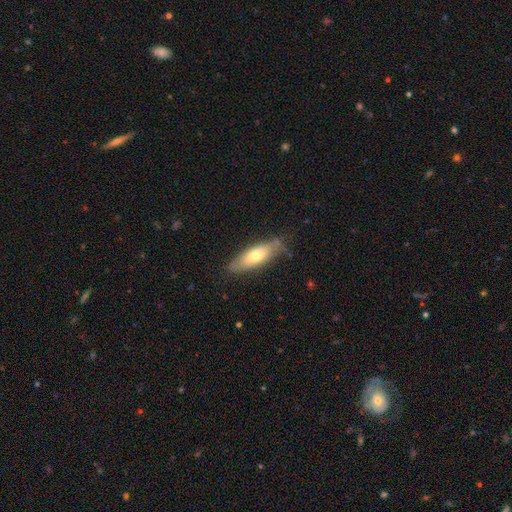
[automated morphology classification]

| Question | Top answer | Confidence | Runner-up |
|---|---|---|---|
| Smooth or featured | smooth | 63% | featured or disk (31%) |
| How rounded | in between | 54% | cigar-shaped (44%) |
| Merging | none | 74% | minor disturbance (20%) |